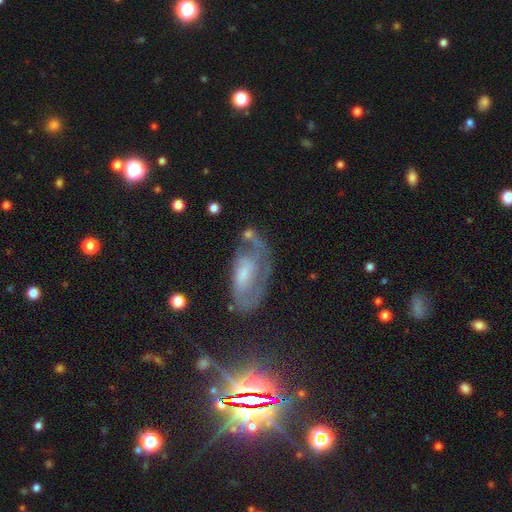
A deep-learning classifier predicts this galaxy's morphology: smooth_or_featured: featured or disk (p=0.65) [alt: smooth p=0.26]
disk_edge_on: no (p=0.93) [alt: yes p=0.07]
bar: no (p=0.55) [alt: weak p=0.36]
has_spiral_arms: yes (p=0.73) [alt: no p=0.27]
bulge_size: small (p=0.43) [alt: moderate p=0.32]
merging: none (p=0.43) [alt: major disturbance p=0.25]